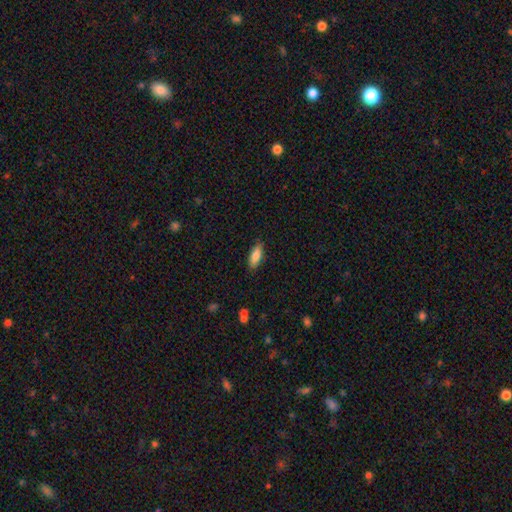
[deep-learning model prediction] This is clearly a smooth galaxy (85%). How rounded: likely in between (68%). Merging: clearly none (86%).